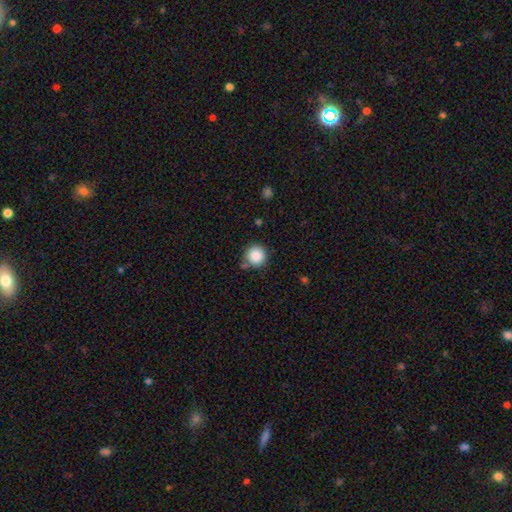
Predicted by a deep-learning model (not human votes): smooth-or-featured: smooth: 86% | star or artifact: 9% | featured or disk: 4%
  how-rounded: round: 95% | in between: 4% | cigar-shaped: 1%
  merging: none: 81% | minor disturbance: 10% | merger: 6% | major disturbance: 3%